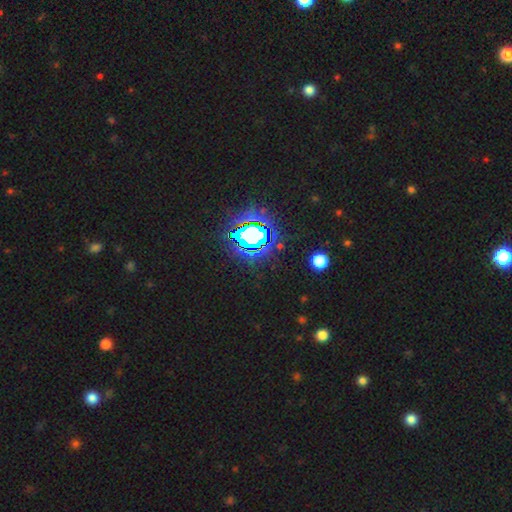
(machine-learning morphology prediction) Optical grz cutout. It shows a star or artifact, not a galaxy (84%).